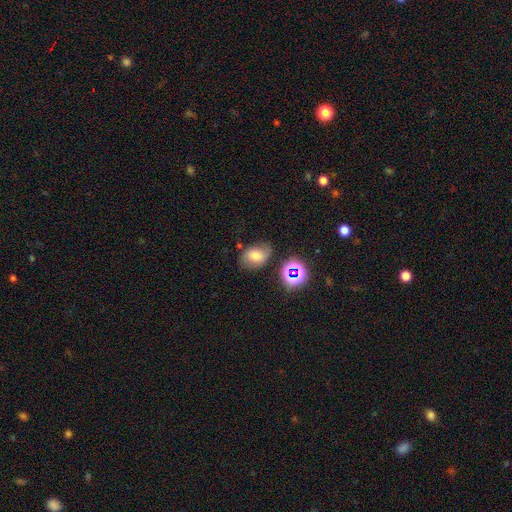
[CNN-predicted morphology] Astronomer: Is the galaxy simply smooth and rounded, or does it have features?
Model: smooth — 57%.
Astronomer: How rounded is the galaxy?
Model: in between — 78%.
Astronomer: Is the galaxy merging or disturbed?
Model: none — 65%.